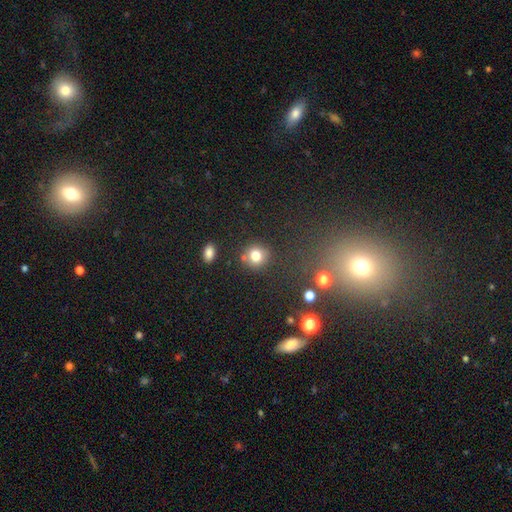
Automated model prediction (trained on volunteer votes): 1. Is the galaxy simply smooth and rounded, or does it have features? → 79% smooth, 13% star or artifact, 8% featured or disk.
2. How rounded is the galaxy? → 85% round, 14% in between, 1% cigar-shaped.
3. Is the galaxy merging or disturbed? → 75% none, 11% minor disturbance, 11% merger, 4% major disturbance.